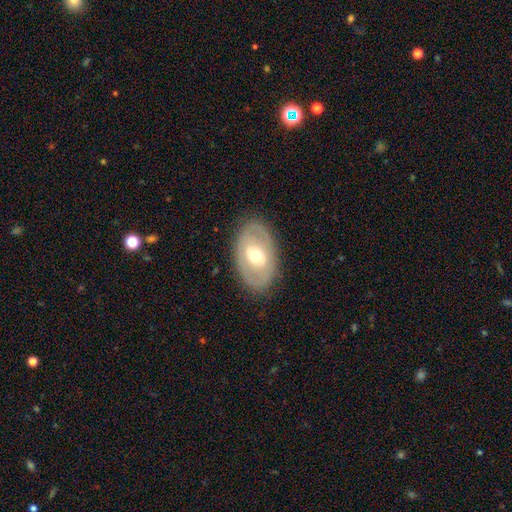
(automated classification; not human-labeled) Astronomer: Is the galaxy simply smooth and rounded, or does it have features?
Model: featured or disk — 60%.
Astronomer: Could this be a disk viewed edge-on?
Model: no — 90%.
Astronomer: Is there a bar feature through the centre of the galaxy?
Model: no — 54% (runner-up: weak, 31%).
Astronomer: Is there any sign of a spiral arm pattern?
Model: no — 64%.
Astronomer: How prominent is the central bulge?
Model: moderate — 70%.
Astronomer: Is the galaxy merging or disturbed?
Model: none — 83%.